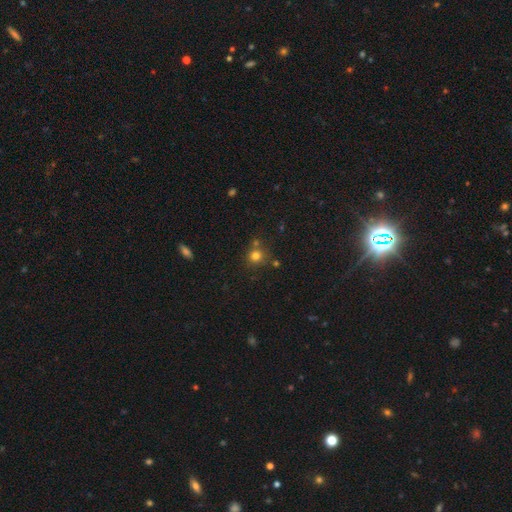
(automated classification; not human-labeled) This is likely a smooth galaxy (77%). How rounded: clearly round (90%). Merging: likely none (70%).